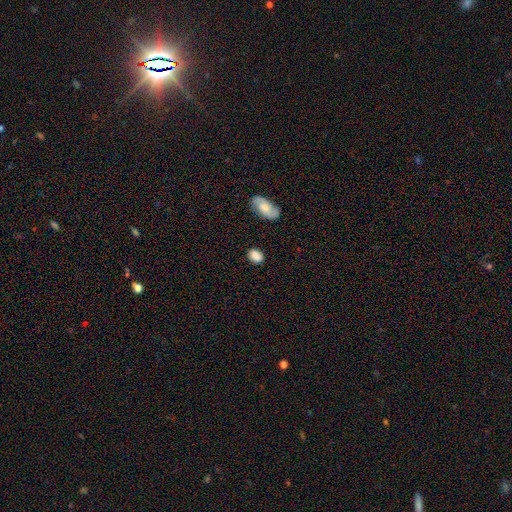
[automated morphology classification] Q: Smooth or featured?
A: smooth (82%); runner-up: featured or disk (11%)
Q: How rounded?
A: in between (74%); runner-up: round (24%)
Q: Merging?
A: none (81%); runner-up: minor disturbance (13%)